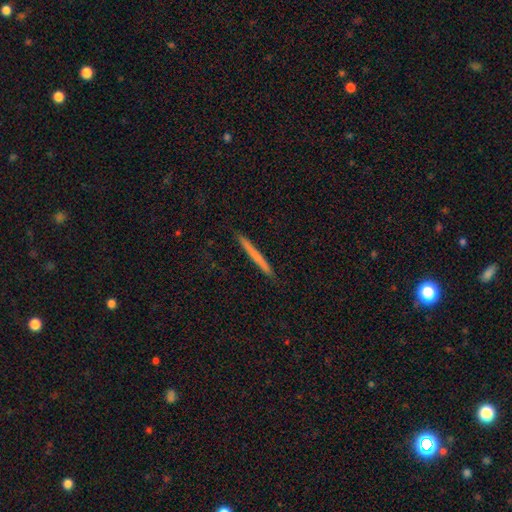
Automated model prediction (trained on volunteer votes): Morphology: type=smooth (60%); roundness=cigar-shaped (97%); merging=none (92%).